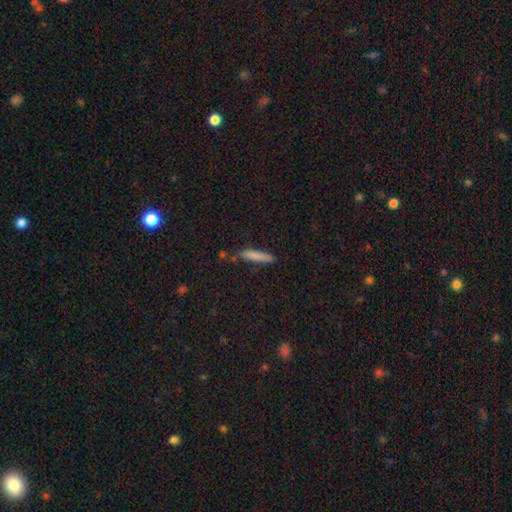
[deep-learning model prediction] smooth_or_featured: smooth (p=0.81) [alt: featured or disk p=0.12]
how_rounded: cigar-shaped (p=0.89) [alt: in between p=0.10]
merging: none (p=0.78) [alt: minor disturbance p=0.14]